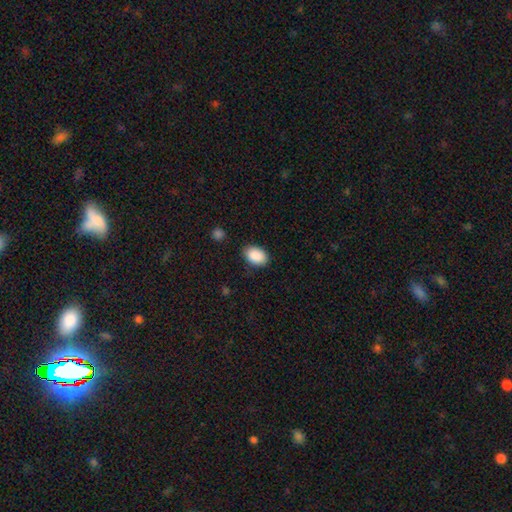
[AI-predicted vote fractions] smooth-or-featured: smooth: 90% | star or artifact: 7% | featured or disk: 3%
  how-rounded: in between: 87% | round: 12% | cigar-shaped: 1%
  merging: none: 85% | minor disturbance: 11% | major disturbance: 3% | merger: 1%